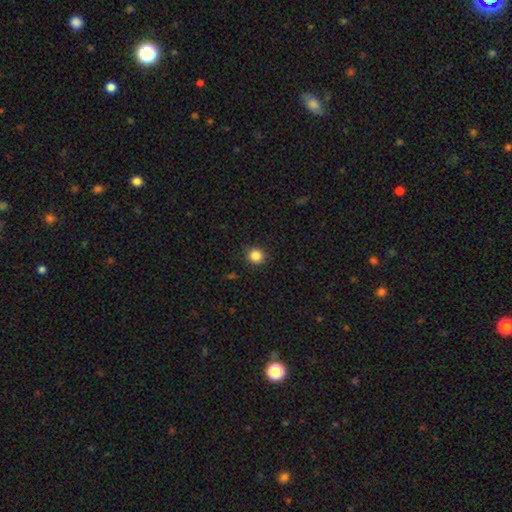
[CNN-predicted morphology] This appears to be a smooth galaxy with no disk features (86%) that is round (90%). Merging: none (91%).